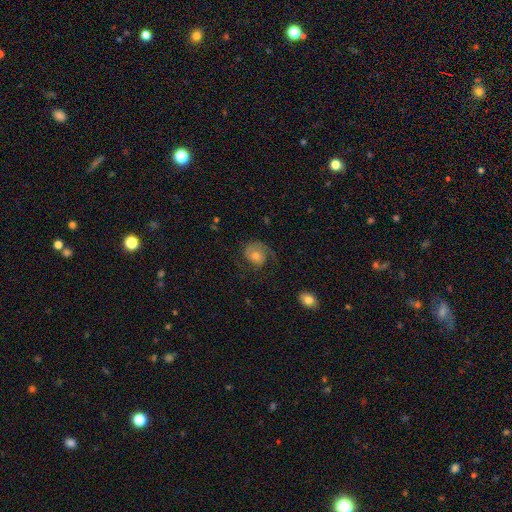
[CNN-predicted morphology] Q: Smooth or featured?
A: featured or disk (54%); runner-up: smooth (37%)
Q: Edge-on disk?
A: no (97%); runner-up: yes (3%)
Q: Bar?
A: no (77%); runner-up: weak (20%)
Q: Spiral arms?
A: yes (82%); runner-up: no (18%)
Q: Bulge size?
A: moderate (61%); runner-up: small (28%)
Q: Merging?
A: none (55%); runner-up: major disturbance (24%)